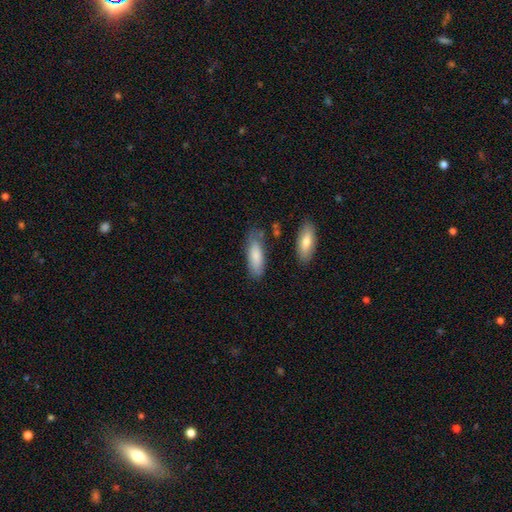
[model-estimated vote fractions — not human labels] Smooth or featured: smooth — 81% (featured or disk — 13%)
How rounded: in between — 65% (cigar-shaped — 33%)
Merging: none — 69% (minor disturbance — 21%)